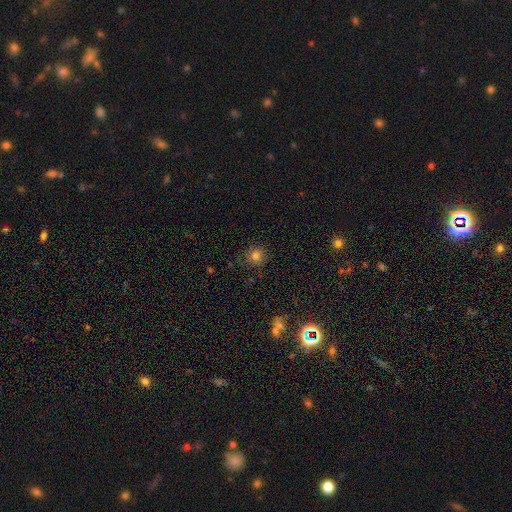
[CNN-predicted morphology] smooth_or_featured: smooth (p=0.76) [alt: star or artifact p=0.17]
how_rounded: round (p=0.92) [alt: in between p=0.07]
merging: none (p=0.85) [alt: minor disturbance p=0.10]